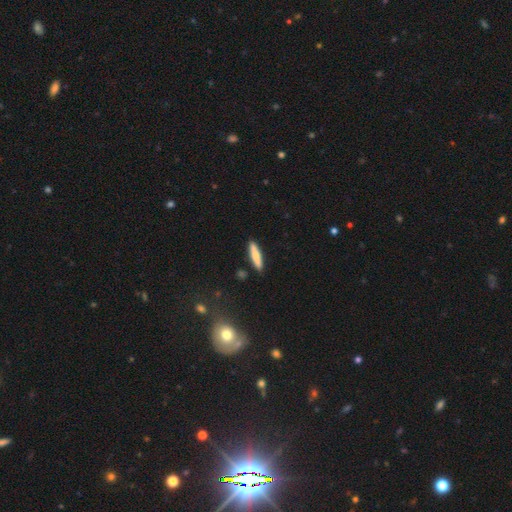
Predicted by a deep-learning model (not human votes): smooth_or_featured: smooth (p=0.74) [alt: featured or disk p=0.20]
how_rounded: cigar-shaped (p=0.86) [alt: in between p=0.13]
merging: none (p=0.89) [alt: minor disturbance p=0.08]